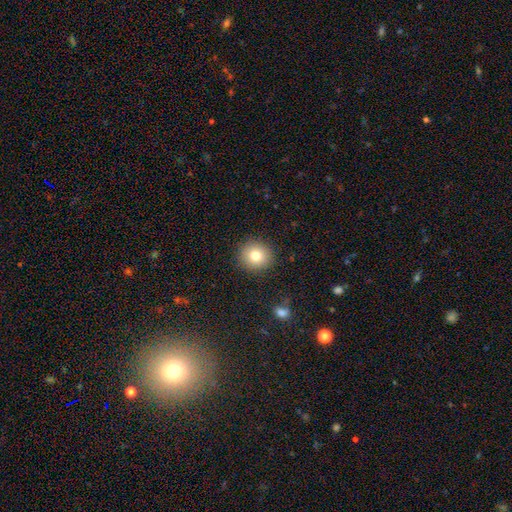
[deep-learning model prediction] Smooth or featured: smooth — 78% (star or artifact — 12%)
How rounded: round — 89% (in between — 10%)
Merging: none — 90% (minor disturbance — 6%)